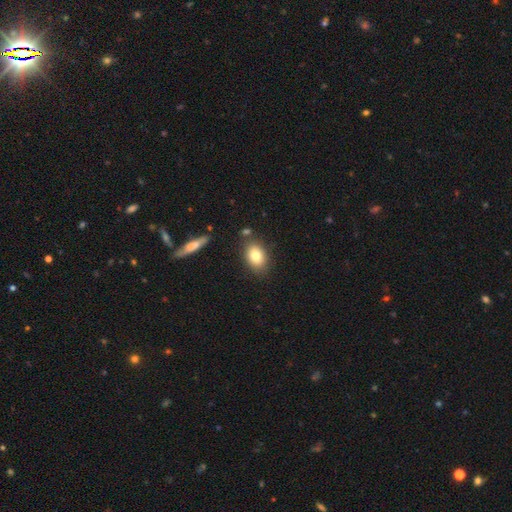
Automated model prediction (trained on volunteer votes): smooth-or-featured: smooth: 80% | featured or disk: 12% | star or artifact: 8%
  how-rounded: in between: 80% | round: 18% | cigar-shaped: 2%
  merging: none: 79% | minor disturbance: 13% | merger: 6% | major disturbance: 3%